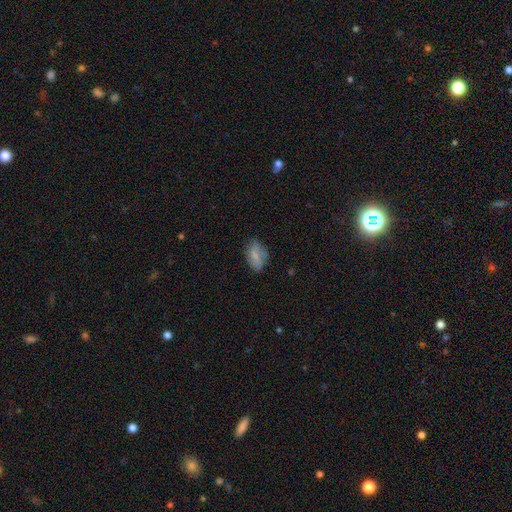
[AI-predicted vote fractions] smooth 71%, featured or disk 22%, star or artifact 7%. Down the decision tree: how rounded — in between (89%); merging — none (64%).